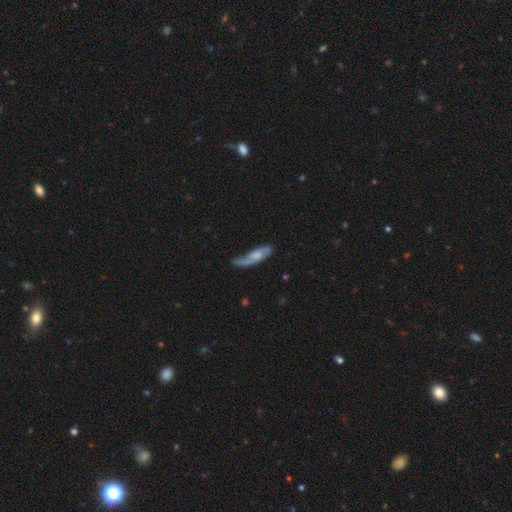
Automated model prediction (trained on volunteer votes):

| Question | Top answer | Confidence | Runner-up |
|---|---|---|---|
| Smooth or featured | featured or disk | 55% | smooth (38%) |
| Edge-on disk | no | 74% | yes (26%) |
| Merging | none | 45% | minor disturbance (32%) |